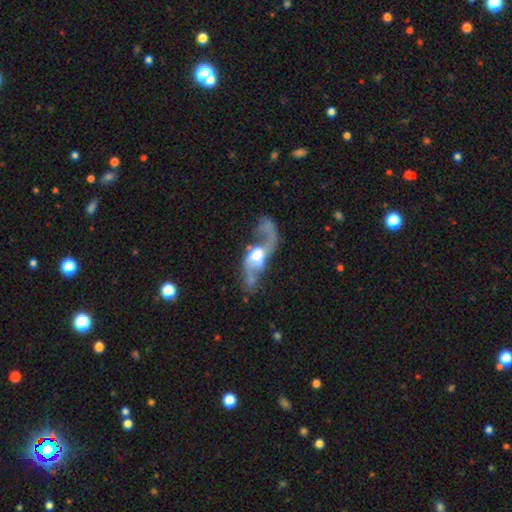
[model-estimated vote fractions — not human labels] smooth-or-featured: featured or disk: 84% | smooth: 11% | star or artifact: 6%
  disk-edge-on: no: 93% | yes: 7%
    bar: no: 53% | weak: 33% | strong: 14%
    has-spiral-arms: yes: 91% | no: 9%
      spiral-winding: loose: 76% | medium: 20% | tight: 4%
      spiral-arm-count: 2: 89% | 1: 5% | can't tell: 3% | 3: 2% | 4: 1% | more than 4: 1%
    bulge-size: moderate: 55% | large: 30% | small: 10% | dominant: 4% | none: 2%
  merging: none: 49% | major disturbance: 28% | minor disturbance: 17% | merger: 7%